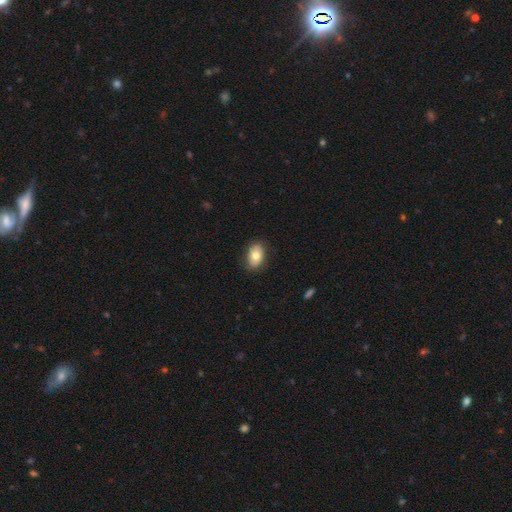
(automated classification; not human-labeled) Q: Smooth or featured?
A: smooth (77%); runner-up: featured or disk (15%)
Q: How rounded?
A: in between (85%); runner-up: round (14%)
Q: Merging?
A: none (82%); runner-up: minor disturbance (14%)